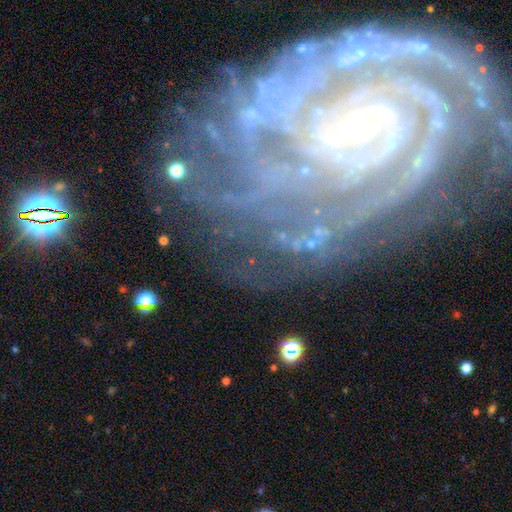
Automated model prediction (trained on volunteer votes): smooth_or_featured: featured or disk (p=0.90) [alt: star or artifact p=0.06]
disk_edge_on: no (p=0.97) [alt: yes p=0.03]
bar: no (p=0.43) [alt: weak p=0.36]
has_spiral_arms: yes (p=0.97) [alt: no p=0.03]
spiral_winding: tight (p=0.80) [alt: medium p=0.17]
spiral_arm_count: can't tell (p=0.24) [alt: 2 p=0.19]
bulge_size: small (p=0.69) [alt: moderate p=0.26]
merging: none (p=0.69) [alt: minor disturbance p=0.19]